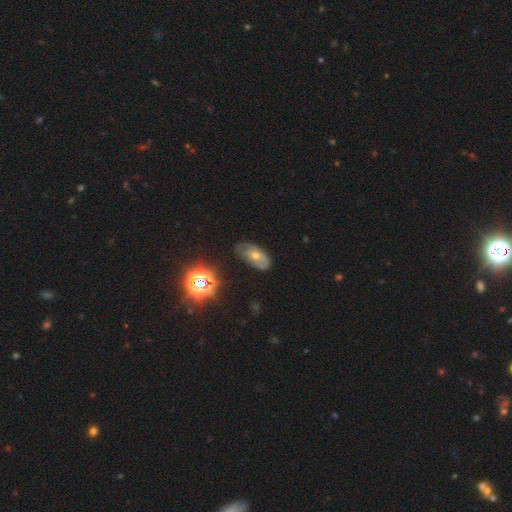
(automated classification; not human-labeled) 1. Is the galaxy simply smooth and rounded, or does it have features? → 47% featured or disk, 35% smooth, 18% star or artifact.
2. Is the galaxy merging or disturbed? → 63% none, 27% minor disturbance, 9% major disturbance, 2% merger.